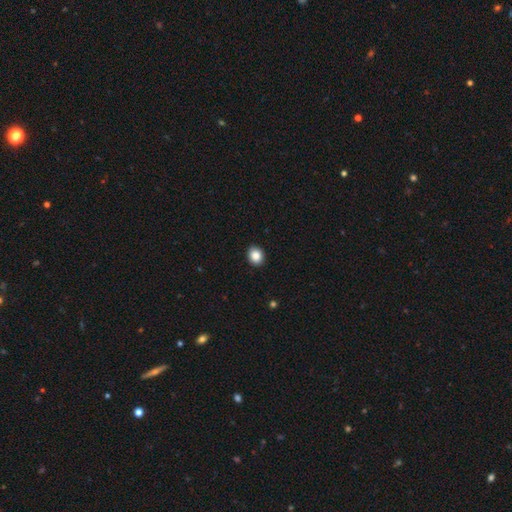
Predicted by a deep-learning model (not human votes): smooth-or-featured: smooth: 86% | star or artifact: 9% | featured or disk: 4%
  how-rounded: round: 57% | in between: 42% | cigar-shaped: 1%
  merging: none: 91% | minor disturbance: 7% | major disturbance: 2% | merger: 1%